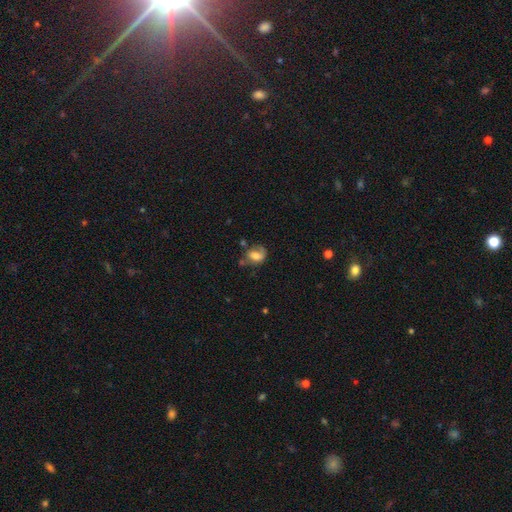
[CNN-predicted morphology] smooth 49%, featured or disk 40%, star or artifact 11%. Down the decision tree: merging — none (42%).